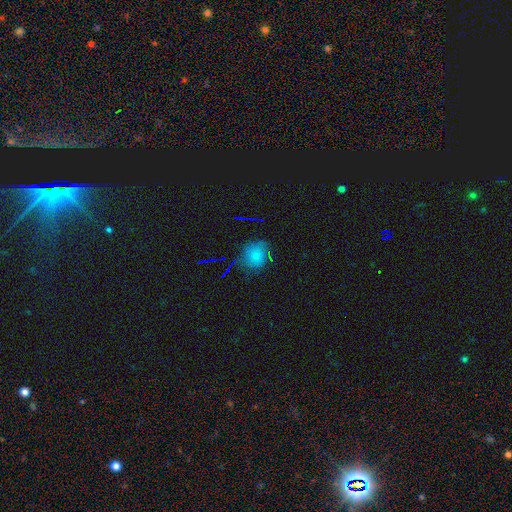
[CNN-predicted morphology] type=smooth (66%); roundness=round (78%); merging=none (71%).